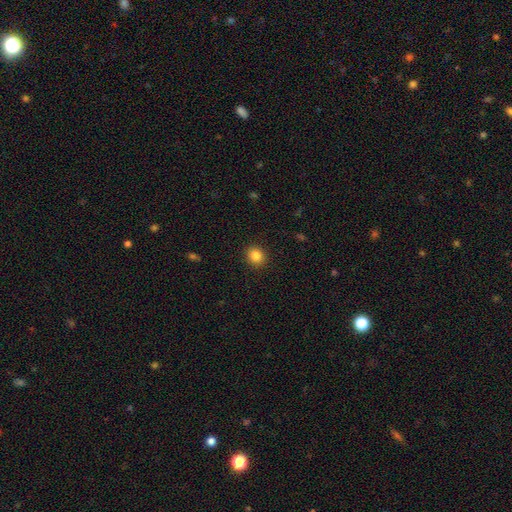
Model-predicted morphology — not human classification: This appears to be a smooth galaxy with no disk features (84%) that is round (82%). Merging: none (91%).